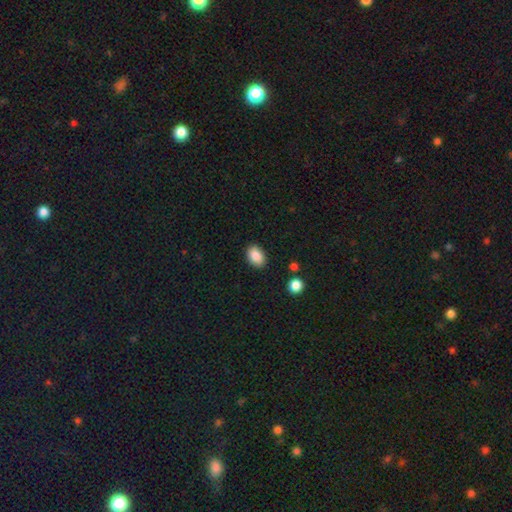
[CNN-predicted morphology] Overall: smooth (88%). How rounded: in between (85%). Merging: none (87%).